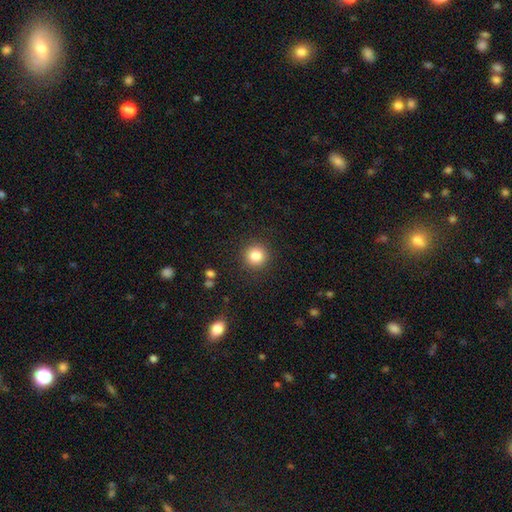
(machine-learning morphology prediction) Smooth or featured? smooth (84%)
How rounded? round (94%)
Merging? none (90%)